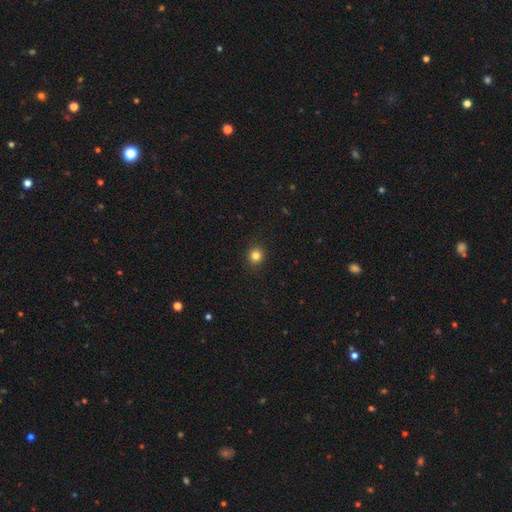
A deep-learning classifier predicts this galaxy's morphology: This is clearly a smooth galaxy (83%). How rounded: clearly round (90%). Merging: clearly none (92%).